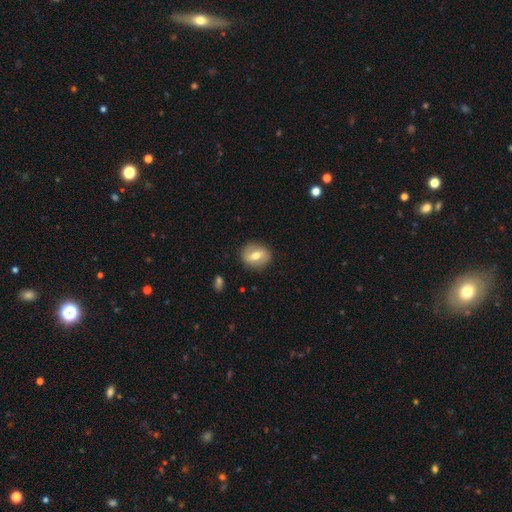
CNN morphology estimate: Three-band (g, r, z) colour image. It shows a smooth galaxy with no disk features (54%) that is round (62%). Merging: none (86%).